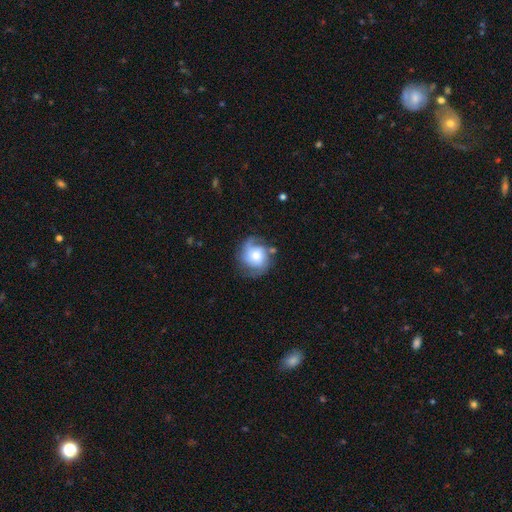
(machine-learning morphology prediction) A featured or disk galaxy (60%) with no bar (76%), 2 (36%) medium (41%) spiral arms (87%) and a moderate central bulge (50%). Merging: none (59%).